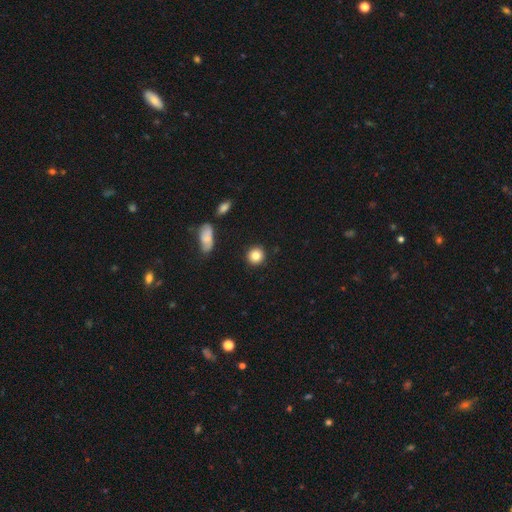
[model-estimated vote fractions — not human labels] Smooth or featured? Predicted: smooth (p=0.83). How rounded? Predicted: round (p=0.91). Merging? Predicted: none (p=0.90).